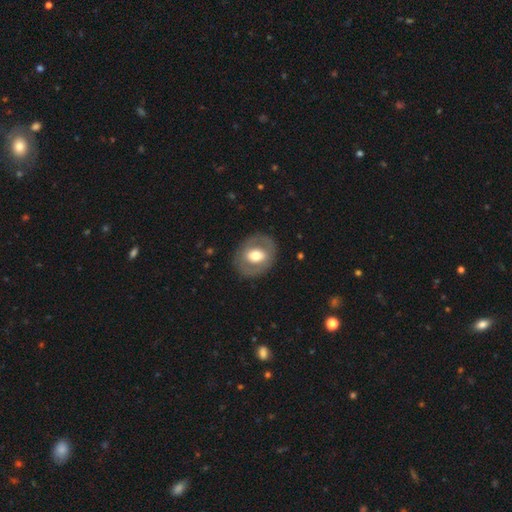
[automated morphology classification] smooth-or-featured: smooth: 48% | featured or disk: 46% | star or artifact: 6%
  merging: none: 83% | minor disturbance: 11% | major disturbance: 5% | merger: 1%